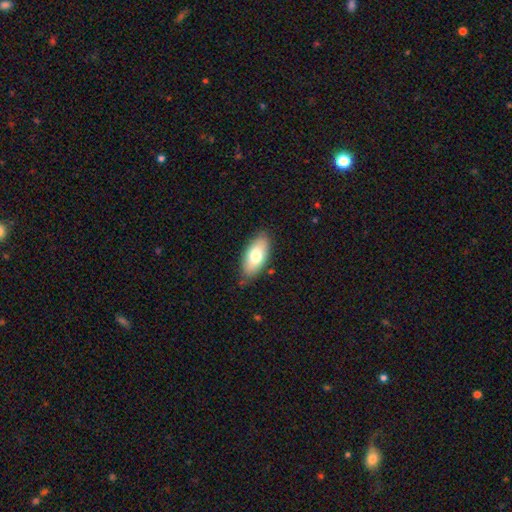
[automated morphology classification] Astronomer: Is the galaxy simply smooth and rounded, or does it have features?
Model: smooth — 74%.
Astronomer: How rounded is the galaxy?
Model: in between — 90%.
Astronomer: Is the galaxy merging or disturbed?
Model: none — 80%.